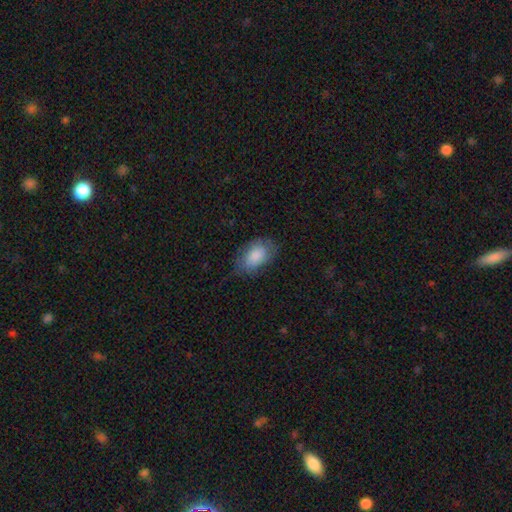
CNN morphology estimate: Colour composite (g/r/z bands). It shows a smooth galaxy with no disk features (82%) that is in between round and cigar-shaped (91%). Merging: none (66%).